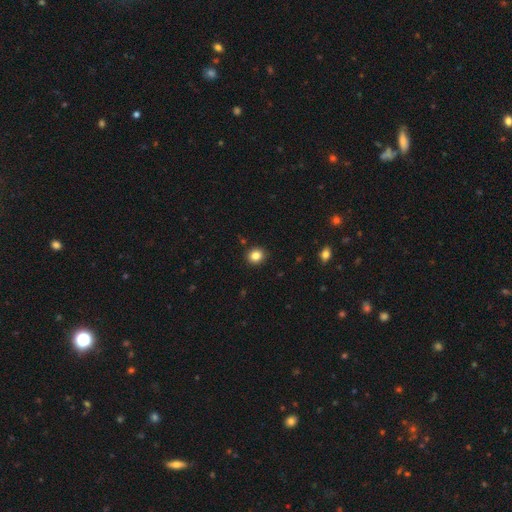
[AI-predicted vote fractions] Morphology: type=smooth (84%); roundness=round (77%); merging=none (90%).